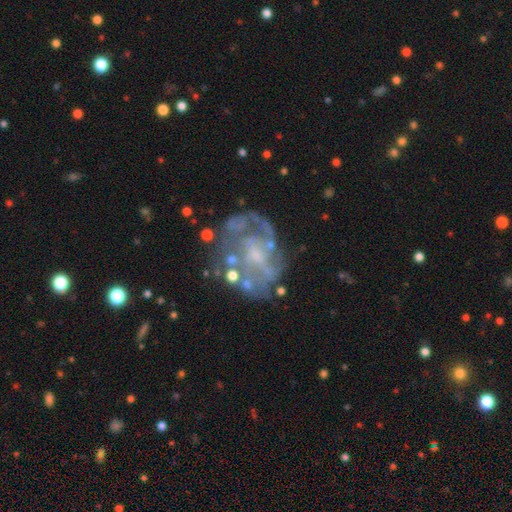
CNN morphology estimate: This is likely a featured or disk galaxy (78%). It is clearly not viewed edge-on (98%). Bar: likely no (60%). Spiral arm pattern: possibly yes (54%). Central bulge: marginally small (39%). Merging: possibly none (53%).